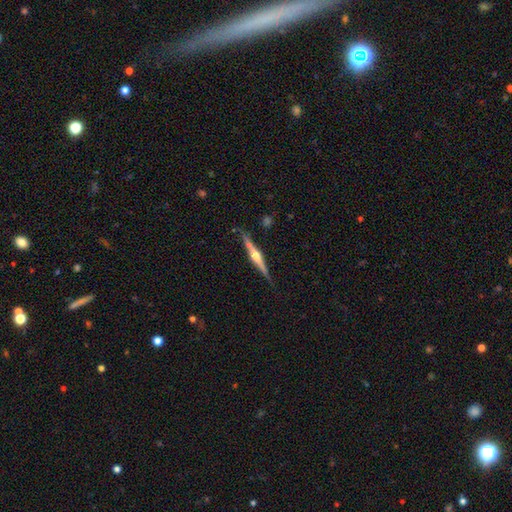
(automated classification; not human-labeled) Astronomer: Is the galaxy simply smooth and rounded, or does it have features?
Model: featured or disk — 78%.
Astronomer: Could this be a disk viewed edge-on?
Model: yes — 98%.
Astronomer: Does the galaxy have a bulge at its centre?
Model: rounded — 91%.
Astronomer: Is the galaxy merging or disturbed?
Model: none — 85%.